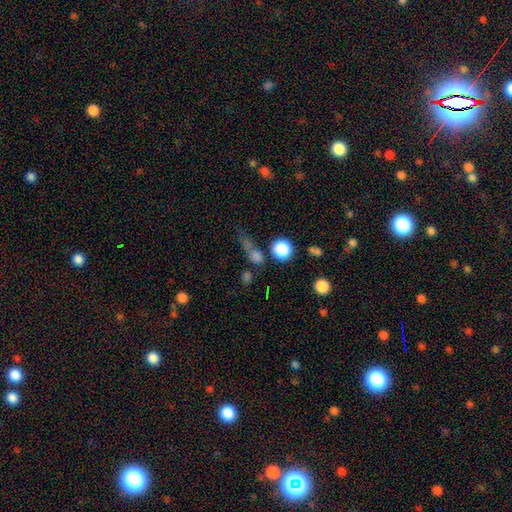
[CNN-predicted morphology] smooth 66%, star or artifact 23%, featured or disk 11%. Down the decision tree: how rounded — round (68%); merging — none (56%).